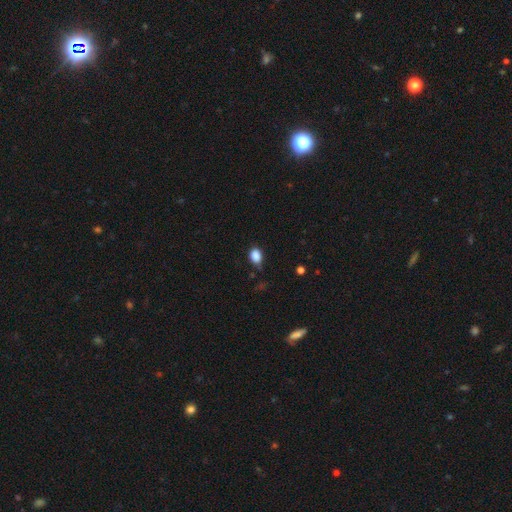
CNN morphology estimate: A smooth galaxy with no disk features (87%) that is in between round and cigar-shaped (72%).

Vote fractions:
- Smooth or featured? smooth: 87% / star or artifact: 9% / featured or disk: 4%
- How rounded? in between: 72% / round: 27% / cigar-shaped: 1%
- Merging? none: 67% / minor disturbance: 25% / major disturbance: 6% / merger: 3%